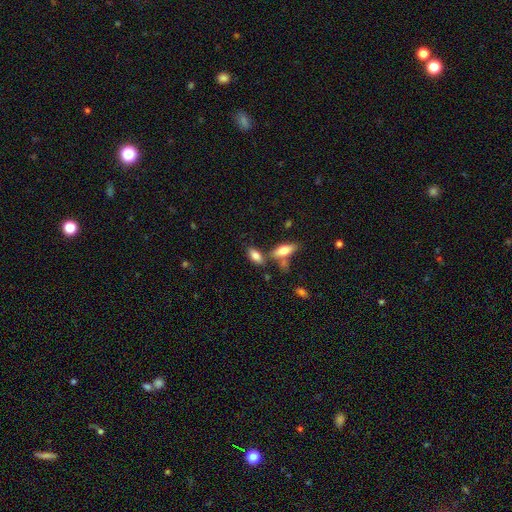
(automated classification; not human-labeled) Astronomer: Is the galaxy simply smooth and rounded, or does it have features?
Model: smooth — 79%.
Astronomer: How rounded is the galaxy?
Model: in between — 83%.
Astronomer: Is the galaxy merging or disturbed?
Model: none — 59%.